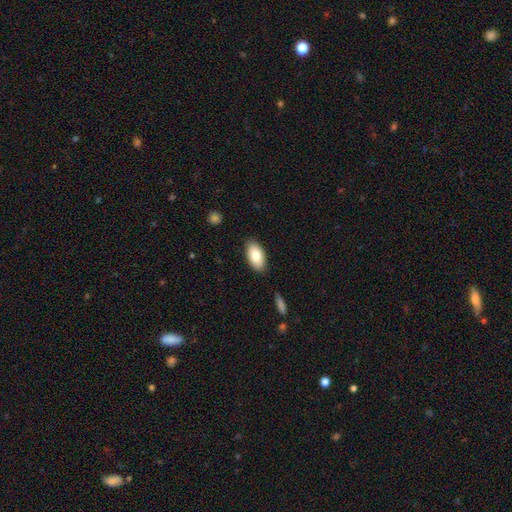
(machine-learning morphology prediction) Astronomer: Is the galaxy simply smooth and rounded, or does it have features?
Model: smooth — 84%.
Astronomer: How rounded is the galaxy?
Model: in between — 94%.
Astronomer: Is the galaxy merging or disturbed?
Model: none — 86%.